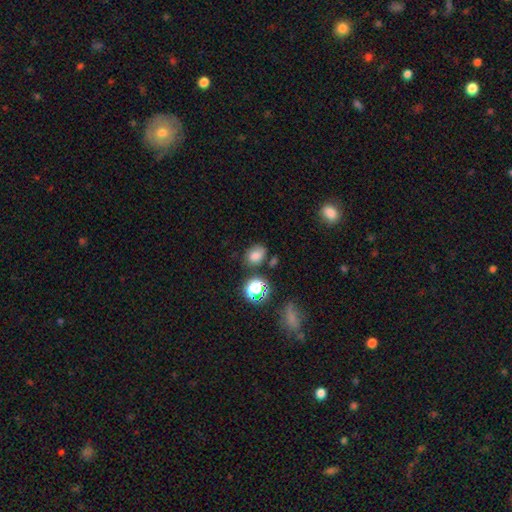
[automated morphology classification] Q: Smooth or featured?
A: smooth (73%); runner-up: star or artifact (18%)
Q: How rounded?
A: in between (59%); runner-up: round (40%)
Q: Merging?
A: none (67%); runner-up: minor disturbance (20%)